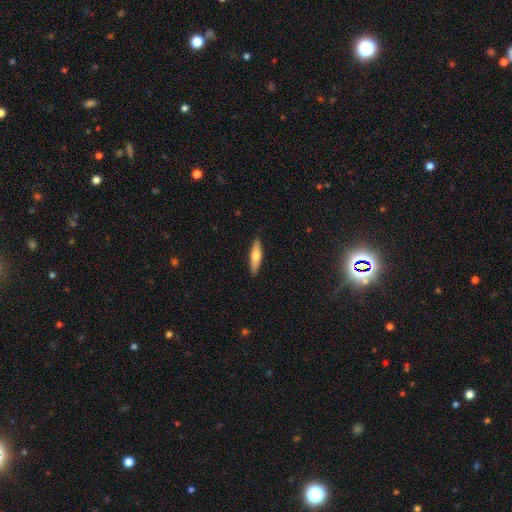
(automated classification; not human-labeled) smooth_or_featured: smooth (p=0.67) [alt: featured or disk p=0.28]
how_rounded: cigar-shaped (p=0.75) [alt: in between p=0.23]
merging: none (p=0.89) [alt: minor disturbance p=0.08]